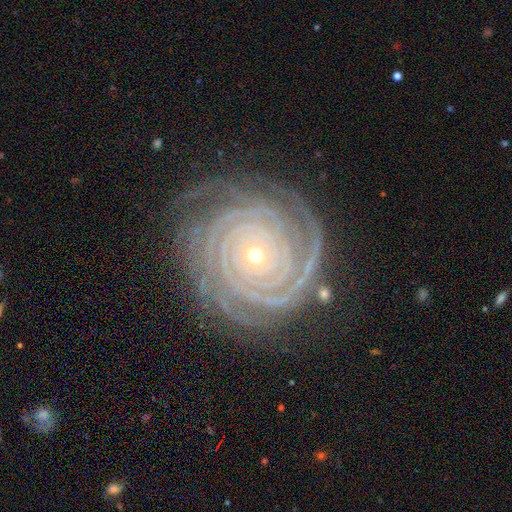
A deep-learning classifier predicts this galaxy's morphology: This appears to be a featured or disk galaxy (92%) with no bar (81%), 4 (20%, tied with more than 4) tight (92%) spiral arms (99%) and a small central bulge (72%). Merging: none (78%).